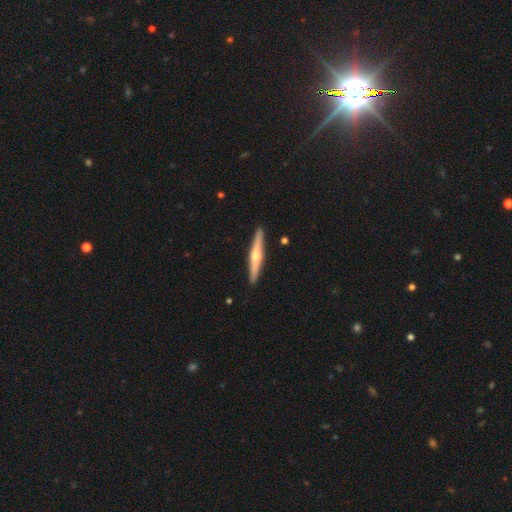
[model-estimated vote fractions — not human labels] Smooth or featured?
  - featured or disk: 66% *
  - smooth: 29%
  - star or artifact: 6%
Edge-on disk?
  - yes: 97% *
  - no: 3%
Edge-on bulge?
  - rounded: 88% *
  - none: 8%
  - boxy: 4%
Merging?
  - none: 92% *
  - minor disturbance: 6%
  - major disturbance: 1%
  - merger: 1%